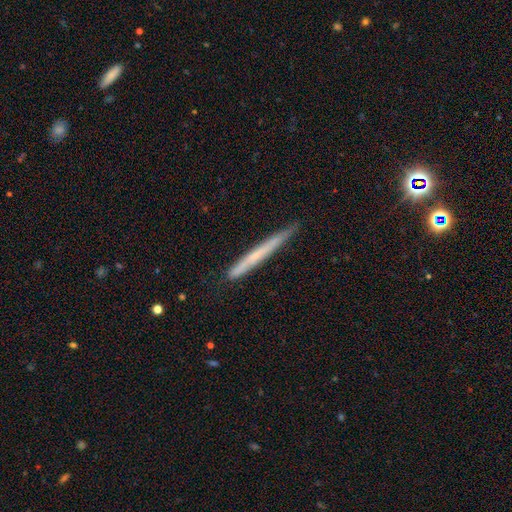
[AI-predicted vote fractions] smooth 50%, featured or disk 43%, star or artifact 6%. Down the decision tree: how rounded — cigar-shaped (97%); merging — none (80%).